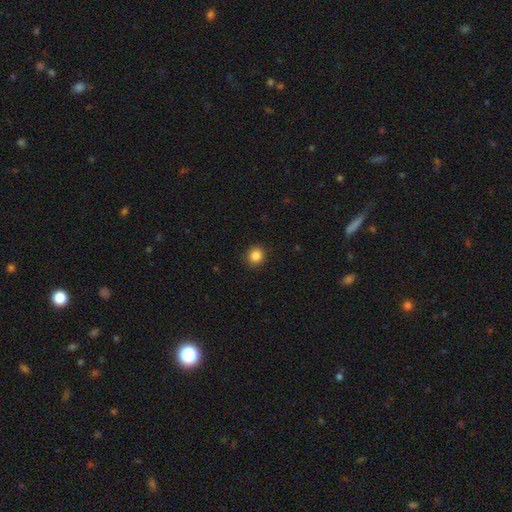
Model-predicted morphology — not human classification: Smooth or featured: smooth — 85% (star or artifact — 11%)
How rounded: round — 90% (in between — 9%)
Merging: none — 92% (minor disturbance — 6%)